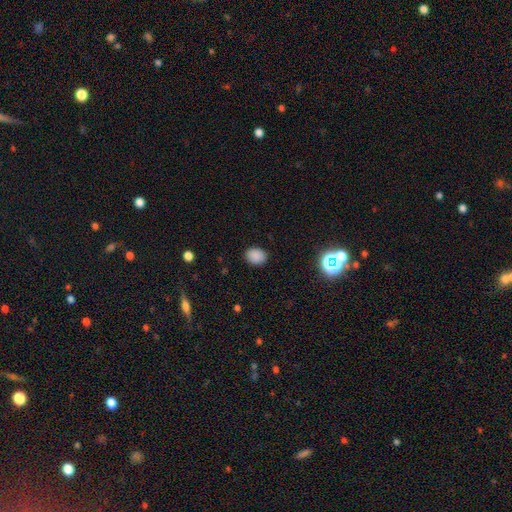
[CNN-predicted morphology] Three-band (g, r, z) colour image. It shows a smooth galaxy with no disk features (85%) that is in between round and cigar-shaped (51%). Merging: none (87%).